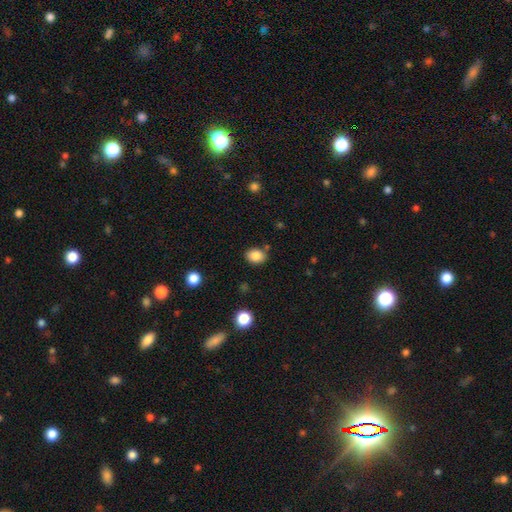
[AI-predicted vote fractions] This is clearly a smooth galaxy (86%). How rounded: likely in between (61%). Merging: likely none (78%).